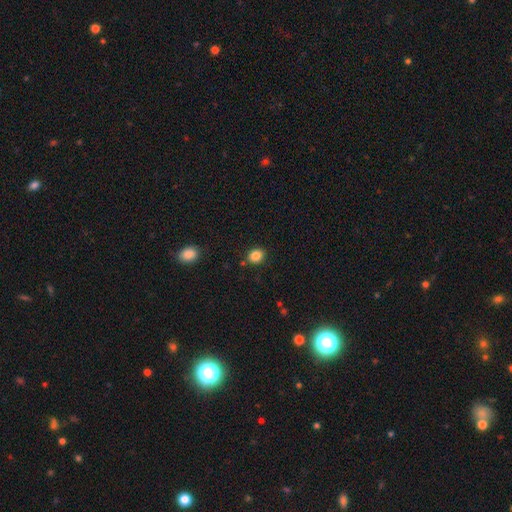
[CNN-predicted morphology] The model was most divided on "how rounded": round: 64%, in between: 35%, cigar-shaped: 1%. More confident: smooth or featured — smooth (85%); merging — none (84%).